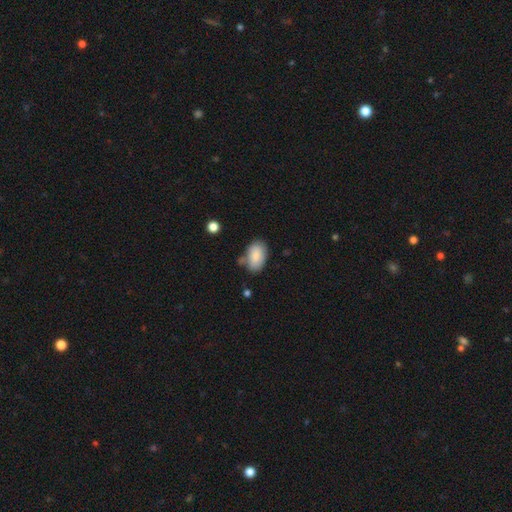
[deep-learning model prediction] Morphology: type=smooth (85%); roundness=in between (93%); merging=none (64%).